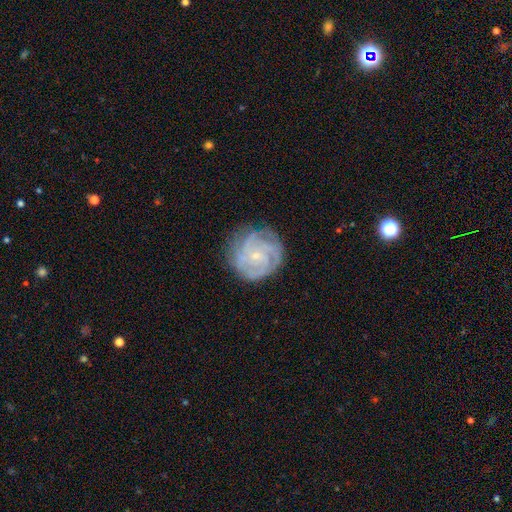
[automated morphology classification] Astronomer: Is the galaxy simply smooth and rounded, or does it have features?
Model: featured or disk — 84%.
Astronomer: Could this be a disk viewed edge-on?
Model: no — 98%.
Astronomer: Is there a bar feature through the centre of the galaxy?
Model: no — 69%.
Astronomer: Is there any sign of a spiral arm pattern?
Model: yes — 97%.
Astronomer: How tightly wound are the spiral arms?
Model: tight — 69%.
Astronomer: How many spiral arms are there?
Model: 3 — 28% (runner-up: 4, 27%).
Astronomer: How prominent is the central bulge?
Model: small — 80%.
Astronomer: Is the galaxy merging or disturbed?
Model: none — 77%.